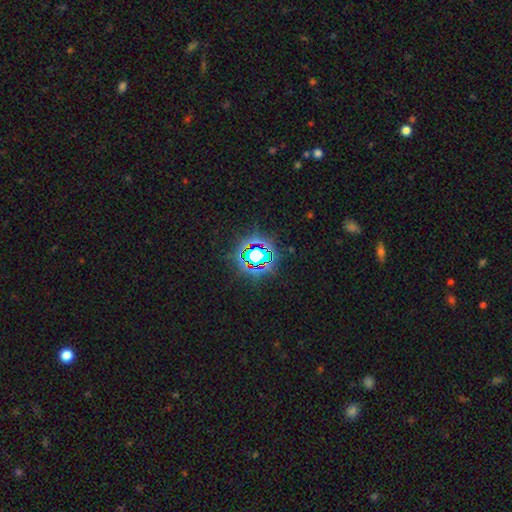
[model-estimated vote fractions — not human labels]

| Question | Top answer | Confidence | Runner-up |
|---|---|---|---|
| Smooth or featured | star or artifact | 72% | smooth (16%) |